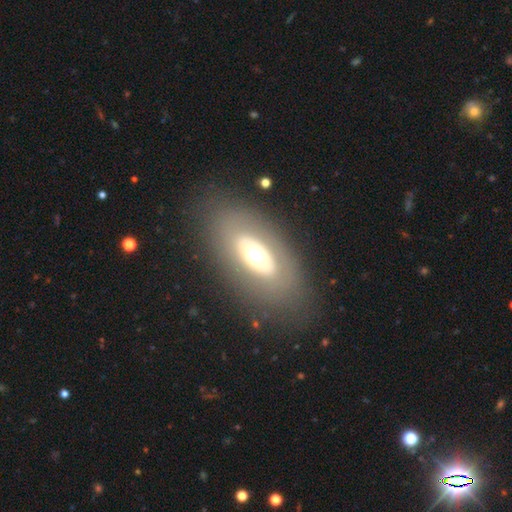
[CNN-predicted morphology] Smooth or featured?
  - smooth: 46% *
  - featured or disk: 45%
  - star or artifact: 9%
Merging?
  - none: 81% *
  - minor disturbance: 10%
  - major disturbance: 8%
  - merger: 1%